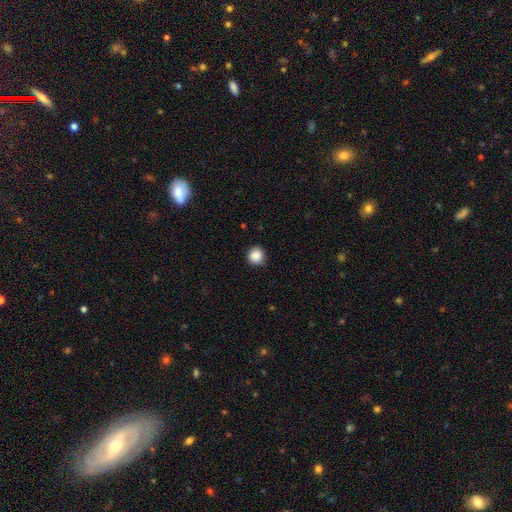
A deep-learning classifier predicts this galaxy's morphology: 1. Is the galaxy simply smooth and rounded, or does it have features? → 88% smooth, 9% star or artifact, 3% featured or disk.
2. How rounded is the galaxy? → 91% round, 8% in between, 1% cigar-shaped.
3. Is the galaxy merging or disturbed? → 85% none, 12% minor disturbance, 2% major disturbance, 1% merger.